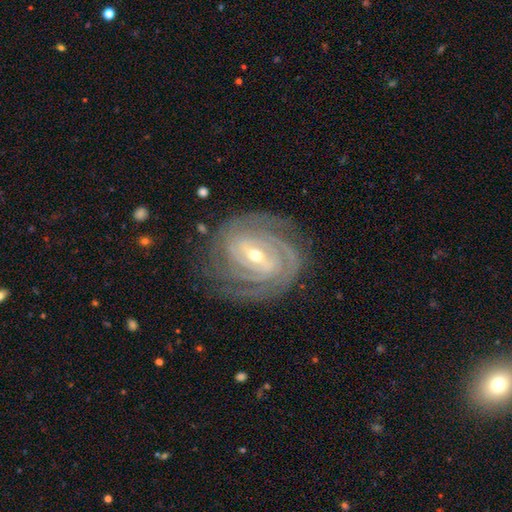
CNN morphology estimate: Smooth or featured?
  - featured or disk: 92% *
  - star or artifact: 4%
  - smooth: 4%
Edge-on disk?
  - no: 97% *
  - yes: 3%
Bar?
  - strong: 42% * (tied)
  - weak: 42% * (tied)
  - no: 16%
Spiral arms?
  - yes: 98% *
  - no: 2%
Spiral winding?
  - tight: 80% *
  - medium: 17%
  - loose: 2%
Spiral arm count?
  - 3: 28% *
  - 2: 26%
  - 4: 18%
  - can't tell: 15%
  - more than 4: 6%
  - 1: 5%
Bulge size?
  - small: 57% *
  - moderate: 40%
  - large: 1%
  - none: 1%
  - dominant: 1%
Merging?
  - none: 80% *
  - minor disturbance: 14%
  - major disturbance: 5%
  - merger: 1%